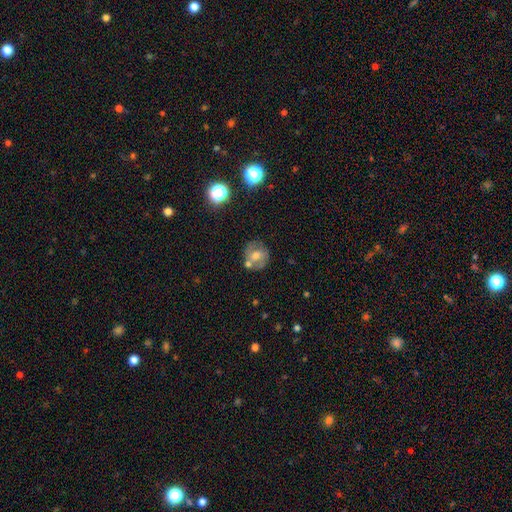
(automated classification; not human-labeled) smooth 46%, featured or disk 43%, star or artifact 11%. Down the decision tree: merging — none (60%).